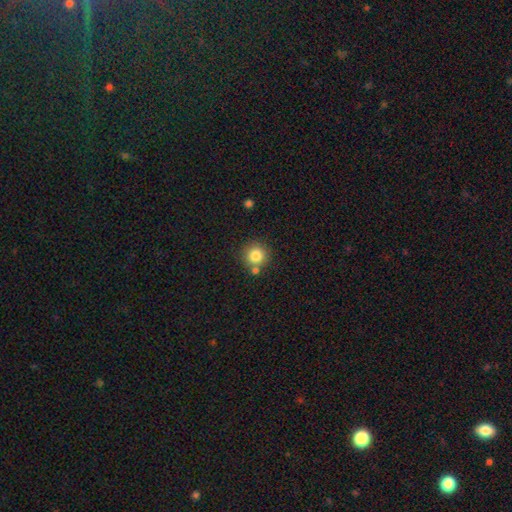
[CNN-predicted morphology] The model was most divided on "merging": none: 74%, merger: 15%, minor disturbance: 9%, major disturbance: 3%. More confident: how rounded — round (93%); smooth or featured — smooth (82%).